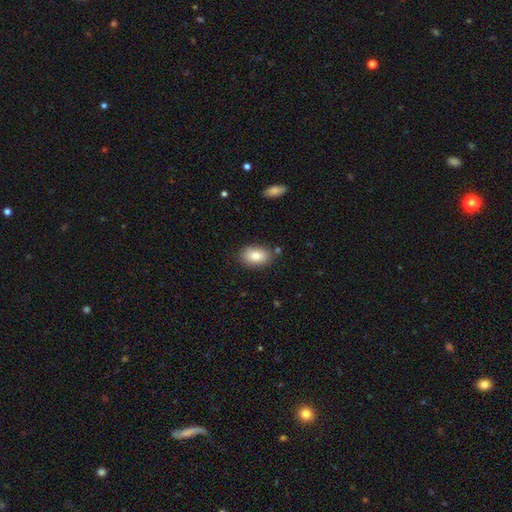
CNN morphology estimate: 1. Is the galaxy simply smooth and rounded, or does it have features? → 82% smooth, 11% featured or disk, 7% star or artifact.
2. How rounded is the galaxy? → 90% in between, 8% round, 2% cigar-shaped.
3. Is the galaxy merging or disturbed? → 81% none, 13% minor disturbance, 3% merger, 3% major disturbance.